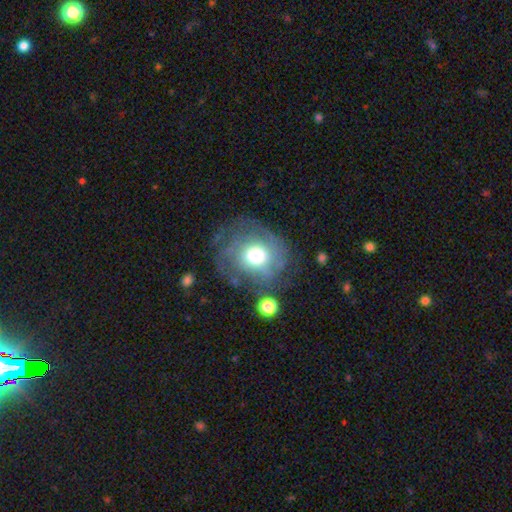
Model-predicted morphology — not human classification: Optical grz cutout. It shows a featured or disk galaxy (60%) with no bar (79%), spiral arms (76%) and a large central bulge (44%). Merging: none (60%).